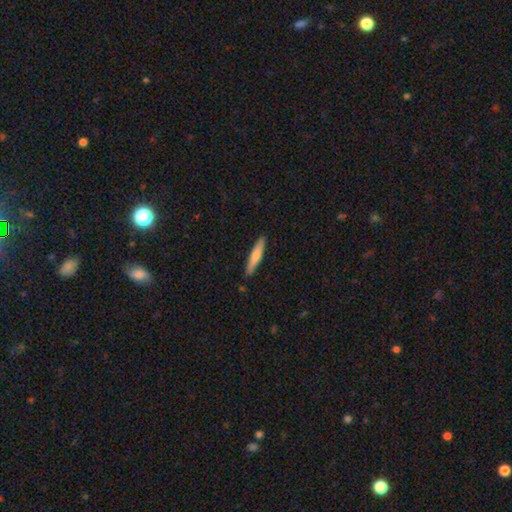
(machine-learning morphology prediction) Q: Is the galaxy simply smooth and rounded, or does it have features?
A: smooth — 69%.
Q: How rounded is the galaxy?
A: cigar-shaped — 90%.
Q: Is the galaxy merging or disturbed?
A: none — 89%.